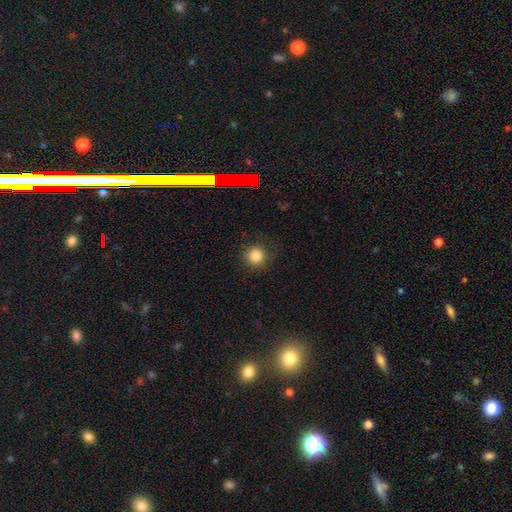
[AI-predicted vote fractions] Smooth or featured: smooth — 82% (star or artifact — 12%)
How rounded: round — 94% (in between — 5%)
Merging: none — 87% (minor disturbance — 8%)